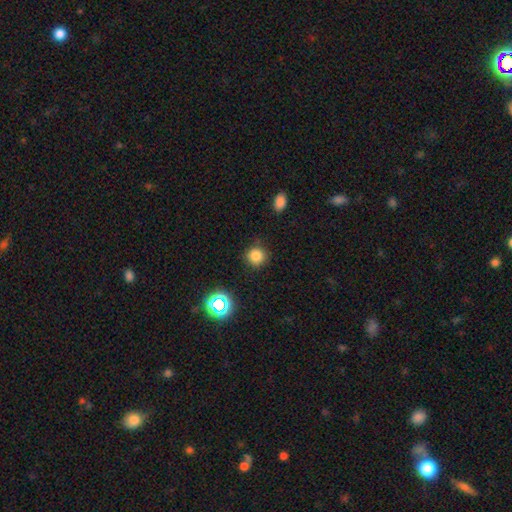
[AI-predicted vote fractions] smooth-or-featured: smooth: 79% | star or artifact: 16% | featured or disk: 5%
  how-rounded: round: 92% | in between: 7% | cigar-shaped: 1%
  merging: none: 86% | minor disturbance: 10% | major disturbance: 3% | merger: 2%